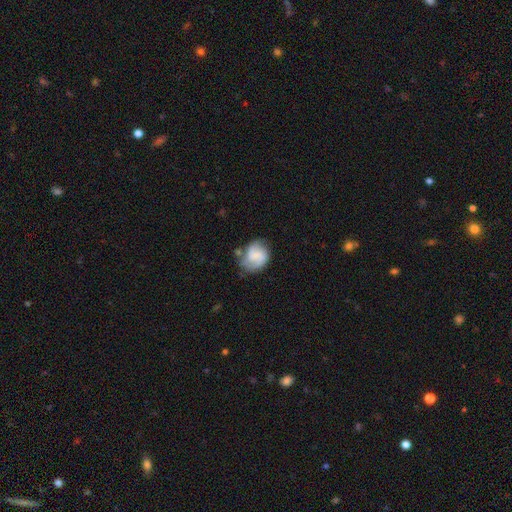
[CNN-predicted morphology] A featured or disk galaxy (59%) with a weak bar (44%), 2 (74%) medium (44%) spiral arms (88%) and no central bulge (48%).

Vote fractions:
- Smooth or featured? featured or disk: 59% / smooth: 33% / star or artifact: 8%
- Edge-on disk? no: 98% / yes: 2%
- Bar? weak: 44% / no: 41% / strong: 15%
- Spiral arms? yes: 88% / no: 12%
- Spiral winding? medium: 44% / loose: 29% / tight: 26%
- Spiral arm count? 2: 74% / can't tell: 12% / 3: 6% / 1: 6% / 4: 2% / more than 4: 1%
- Bulge size? none: 48% / small: 27% / moderate: 17% / large: 6% / dominant: 2%
- Merging? none: 57% / minor disturbance: 25% / major disturbance: 12% / merger: 7%